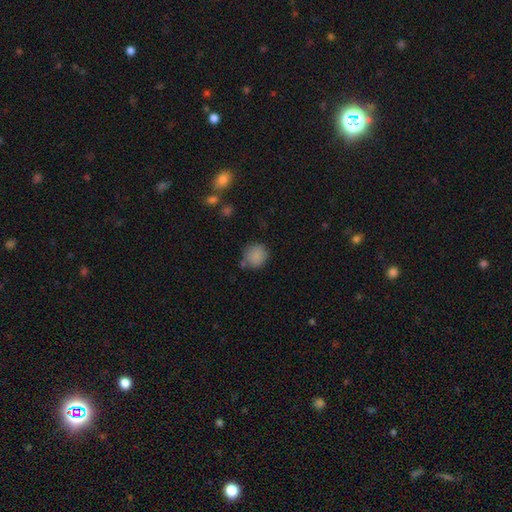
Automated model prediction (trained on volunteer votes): A smooth galaxy with no disk features (85%) that is round (89%). Merging: none (75%).